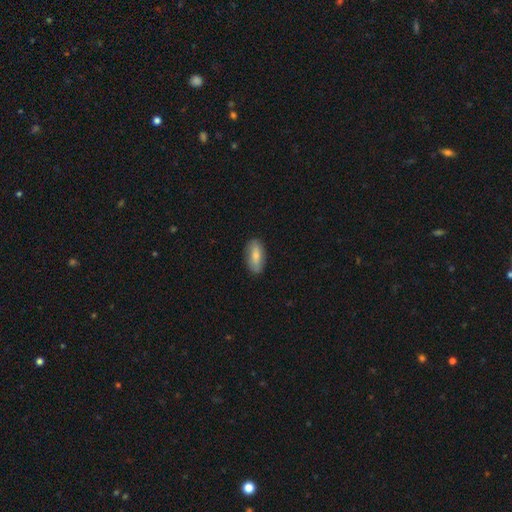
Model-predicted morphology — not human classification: smooth 75%, featured or disk 19%, star or artifact 6%. Down the decision tree: how rounded — in between (83%); merging — none (86%).